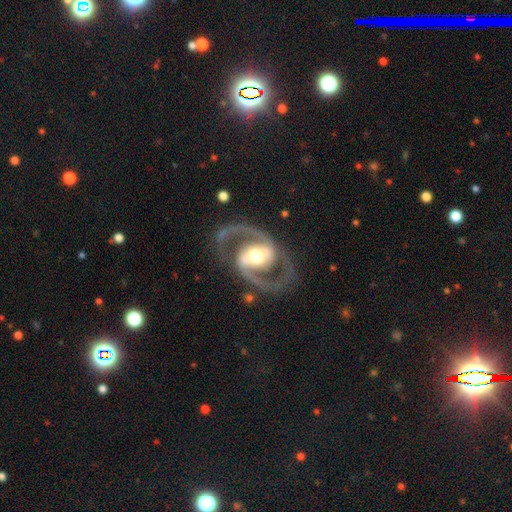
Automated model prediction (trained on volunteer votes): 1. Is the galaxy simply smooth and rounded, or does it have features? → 91% featured or disk, 5% smooth, 4% star or artifact.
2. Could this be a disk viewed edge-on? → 97% no, 3% yes.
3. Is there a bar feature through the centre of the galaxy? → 44% strong, 32% weak, 24% no.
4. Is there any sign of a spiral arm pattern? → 93% yes, 7% no.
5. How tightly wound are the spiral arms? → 62% medium, 21% loose, 17% tight.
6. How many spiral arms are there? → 94% 2, 2% can't tell, 1% 1, 1% 3, 1% 4, 1% more than 4.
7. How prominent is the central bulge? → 64% moderate, 26% large, 7% small, 2% dominant, 1% none.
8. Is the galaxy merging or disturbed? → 80% none, 10% minor disturbance, 8% major disturbance, 2% merger.